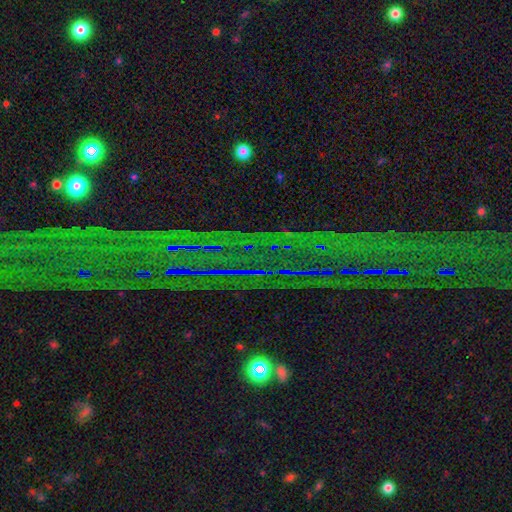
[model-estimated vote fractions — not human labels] This is likely a star or artifact rather than a galaxy (80%).